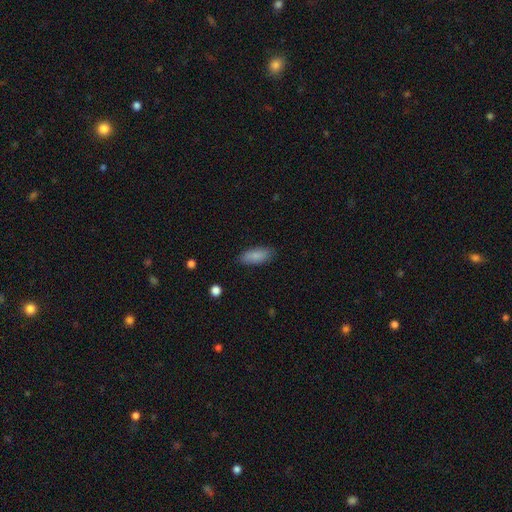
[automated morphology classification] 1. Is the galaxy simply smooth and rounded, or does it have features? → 87% smooth, 6% featured or disk, 6% star or artifact.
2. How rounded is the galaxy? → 86% in between, 12% cigar-shaped, 2% round.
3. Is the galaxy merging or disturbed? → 84% none, 12% minor disturbance, 3% major disturbance, 1% merger.